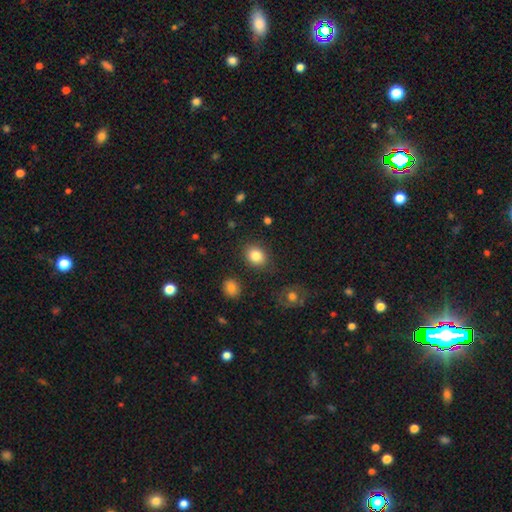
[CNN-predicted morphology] Overall: smooth (83%). How rounded: in between (54%; round 45%). Merging: none (84%).